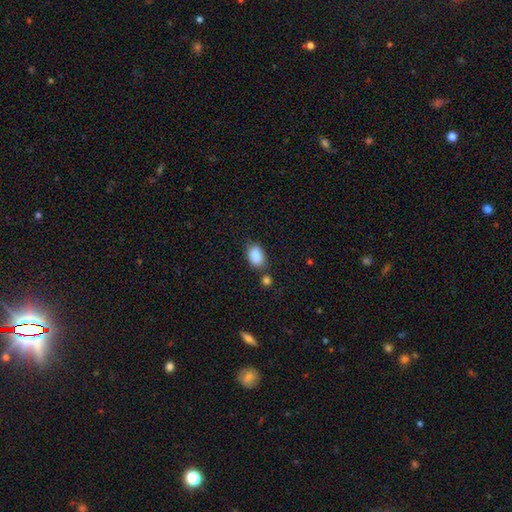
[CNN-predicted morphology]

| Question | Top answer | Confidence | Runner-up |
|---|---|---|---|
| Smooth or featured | smooth | 89% | star or artifact (7%) |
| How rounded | in between | 88% | round (11%) |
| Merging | none | 69% | minor disturbance (15%) |